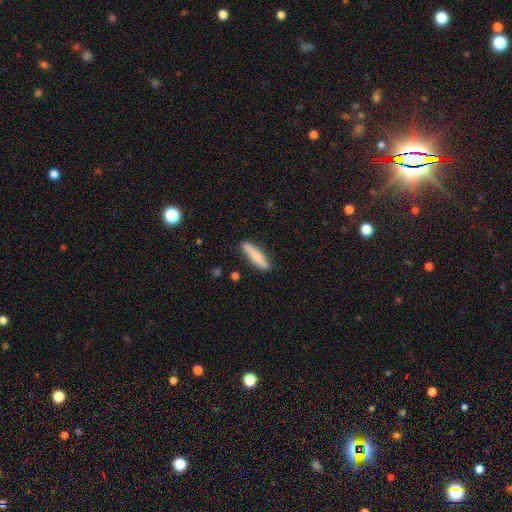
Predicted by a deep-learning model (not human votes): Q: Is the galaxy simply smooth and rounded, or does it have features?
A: smooth — 81%.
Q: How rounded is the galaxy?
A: cigar-shaped — 81%.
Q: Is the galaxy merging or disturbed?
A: none — 87%.